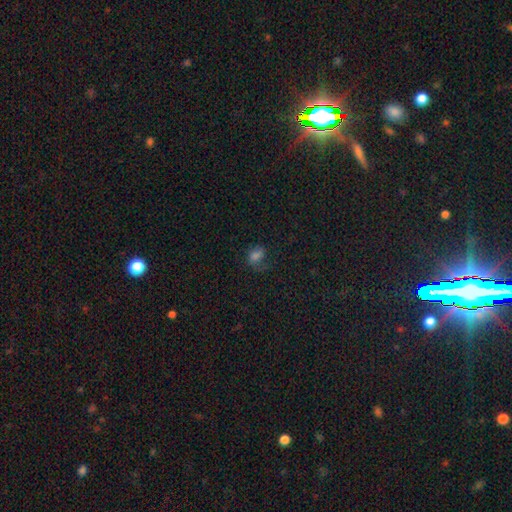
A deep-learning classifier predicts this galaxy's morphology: smooth_or_featured: smooth (p=0.64) [alt: star or artifact p=0.19]
how_rounded: in between (p=0.66) [alt: round p=0.33]
merging: none (p=0.44) [alt: major disturbance p=0.28]